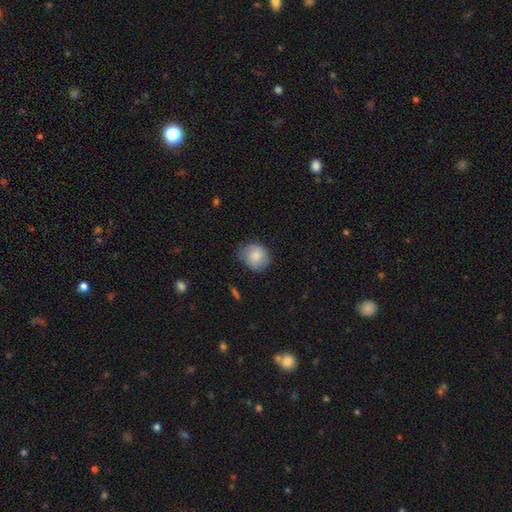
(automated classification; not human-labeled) This is clearly a smooth galaxy (83%). How rounded: likely round (73%). Merging: likely none (67%).